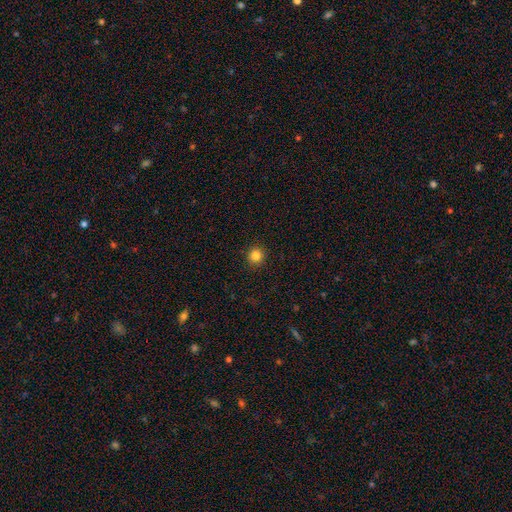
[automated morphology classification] The model was most divided on "smooth or featured": smooth: 84%, star or artifact: 12%, featured or disk: 4%. More confident: how rounded — round (94%); merging — none (92%).